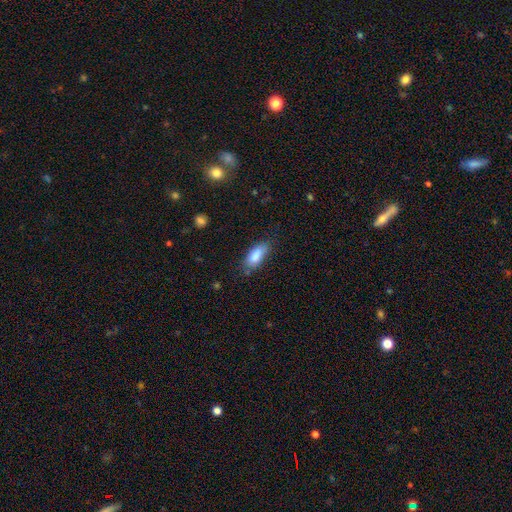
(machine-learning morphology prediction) Overall: smooth (85%). How rounded: in between (81%). Merging: none (70%).